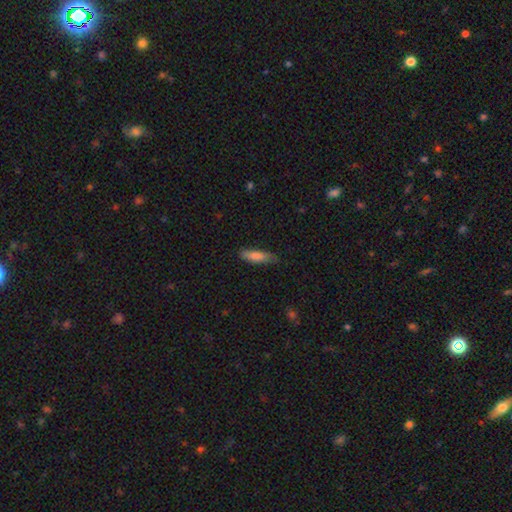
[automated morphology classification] Smooth or featured: smooth — 80% (featured or disk — 14%)
How rounded: cigar-shaped — 59% (in between — 40%)
Merging: none — 70% (minor disturbance — 24%)